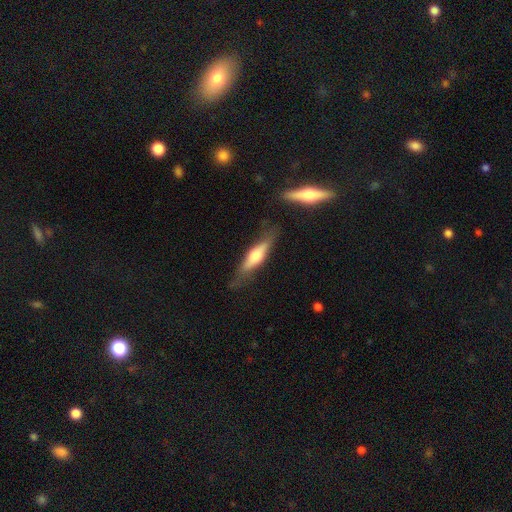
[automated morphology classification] smooth-or-featured: smooth: 48% | featured or disk: 46% | star or artifact: 6%
  merging: none: 71% | minor disturbance: 20% | major disturbance: 7% | merger: 3%